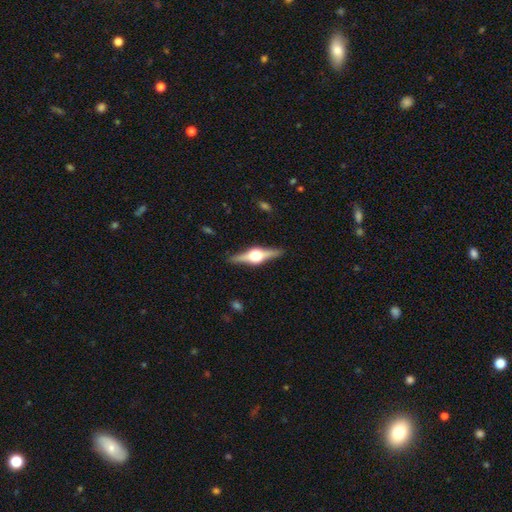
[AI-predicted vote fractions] This appears to be a featured or disk galaxy (83%) viewed edge-on (98%) with a rounded central bulge (95%). Merging: none (90%).